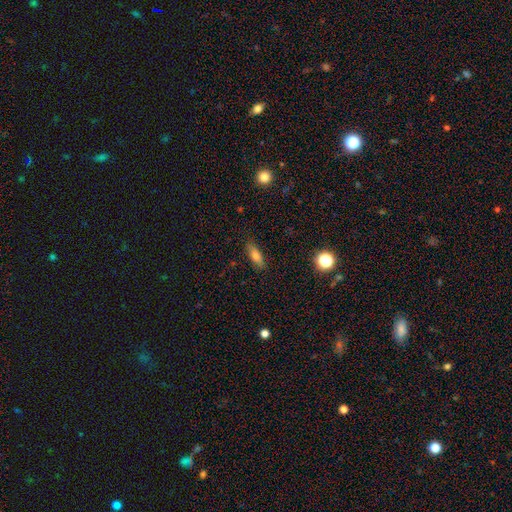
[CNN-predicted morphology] Smooth or featured? Predicted: smooth (p=0.72). How rounded? Predicted: in between (p=0.53). Merging? Predicted: none (p=0.86).